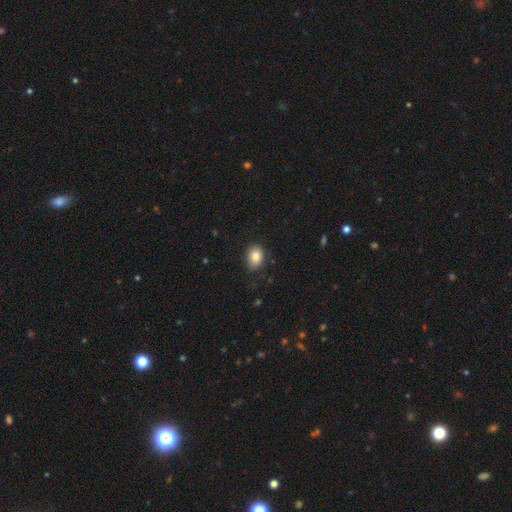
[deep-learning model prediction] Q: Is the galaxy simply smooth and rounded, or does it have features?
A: smooth — 84%.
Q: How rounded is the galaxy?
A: in between — 70%.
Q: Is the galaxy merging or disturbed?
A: none — 84%.